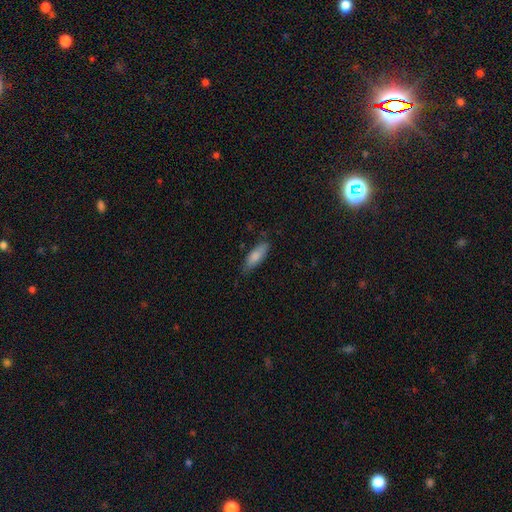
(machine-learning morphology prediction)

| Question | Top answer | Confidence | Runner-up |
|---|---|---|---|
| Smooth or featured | smooth | 82% | featured or disk (12%) |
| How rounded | in between | 62% | cigar-shaped (36%) |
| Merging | none | 74% | minor disturbance (21%) |